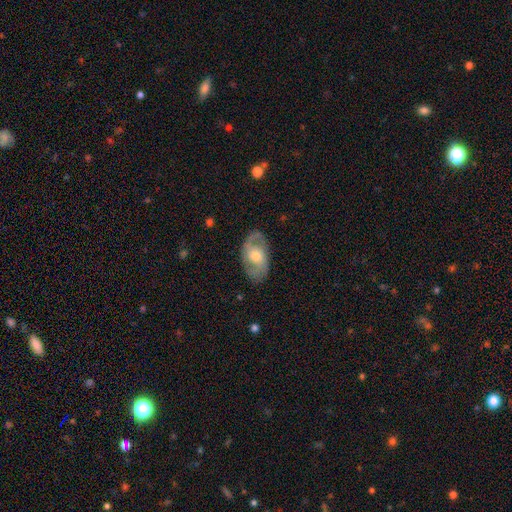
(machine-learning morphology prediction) A featured or disk galaxy (73%) with no bar (62%), 2 (84%) medium (48%) spiral arms (87%) and a moderate central bulge (67%). Merging: none (81%).